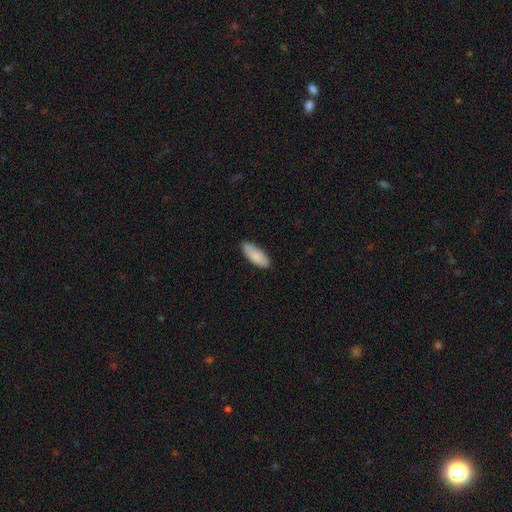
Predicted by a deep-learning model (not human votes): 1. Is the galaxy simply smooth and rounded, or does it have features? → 87% smooth, 8% featured or disk, 6% star or artifact.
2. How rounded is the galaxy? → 76% in between, 22% cigar-shaped, 2% round.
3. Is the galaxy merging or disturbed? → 81% none, 16% minor disturbance, 2% major disturbance, 1% merger.